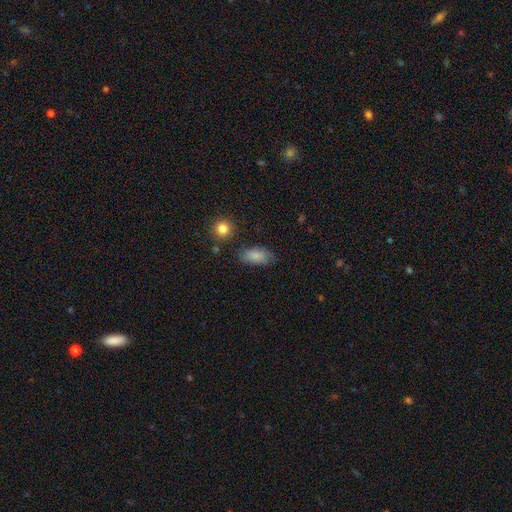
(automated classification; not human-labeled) Smooth or featured? Predicted: smooth (p=0.81). How rounded? Predicted: in between (p=0.90). Merging? Predicted: none (p=0.70).